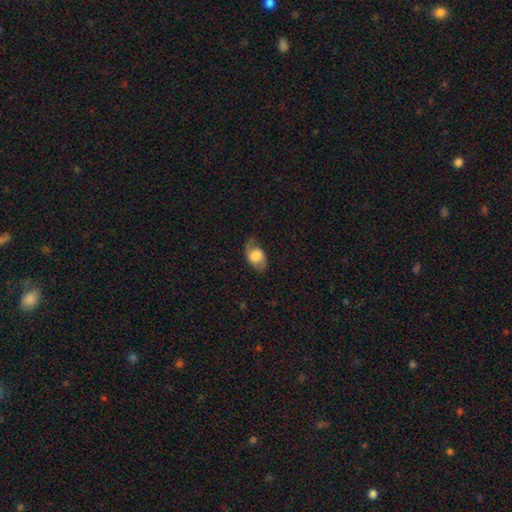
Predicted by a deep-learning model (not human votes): A smooth galaxy with no disk features (55%) that is in between round and cigar-shaped (85%).

Vote fractions:
- Smooth or featured? smooth: 55% / featured or disk: 37% / star or artifact: 8%
- How rounded? in between: 85% / round: 13% / cigar-shaped: 2%
- Merging? none: 69% / minor disturbance: 20% / major disturbance: 9% / merger: 1%